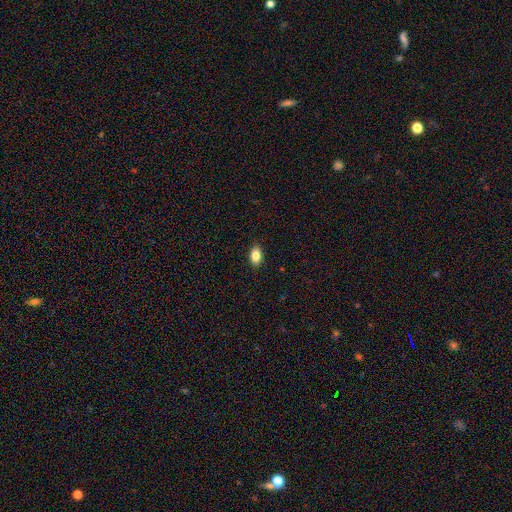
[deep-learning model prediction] smooth 84%, star or artifact 8%, featured or disk 7%. Down the decision tree: how rounded — in between (89%); merging — none (89%).